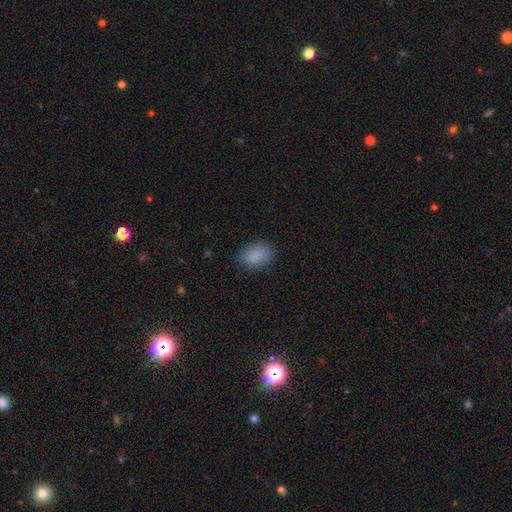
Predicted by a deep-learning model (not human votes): Smooth or featured?
  - smooth: 88% *
  - star or artifact: 8%
  - featured or disk: 5%
How rounded?
  - in between: 81% *
  - round: 18%
  - cigar-shaped: 1%
Merging?
  - none: 82% *
  - minor disturbance: 14%
  - major disturbance: 4%
  - merger: 1%